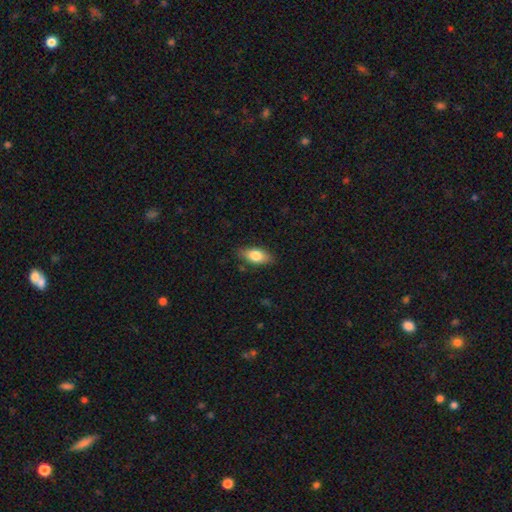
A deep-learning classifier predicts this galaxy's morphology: This is likely a smooth galaxy (78%). How rounded: clearly in between (86%). Merging: clearly none (83%).